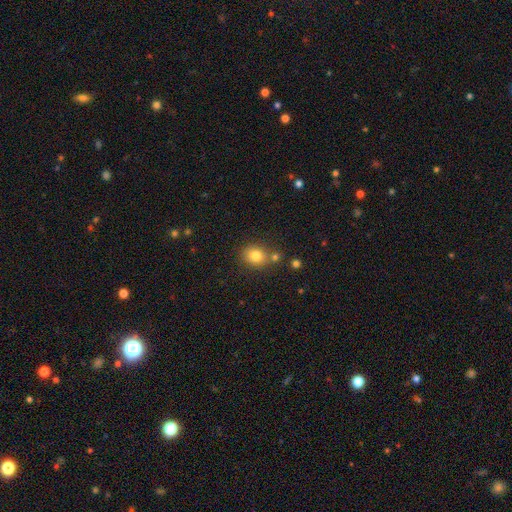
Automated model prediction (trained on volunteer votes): A smooth galaxy with no disk features (80%) that is round (65%). Merging: none (69%).